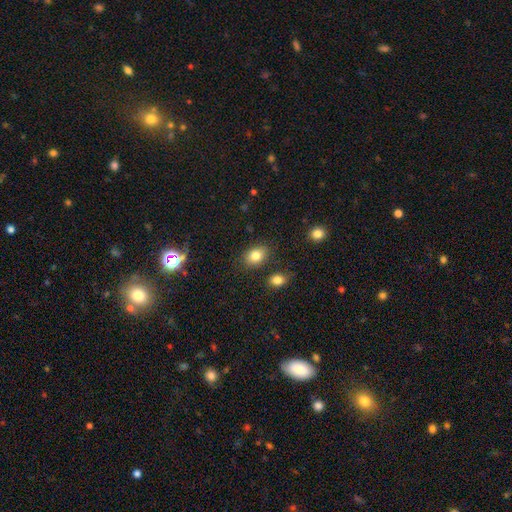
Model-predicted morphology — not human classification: A smooth galaxy with no disk features (83%) that is in between round and cigar-shaped (73%). Merging: none (83%).